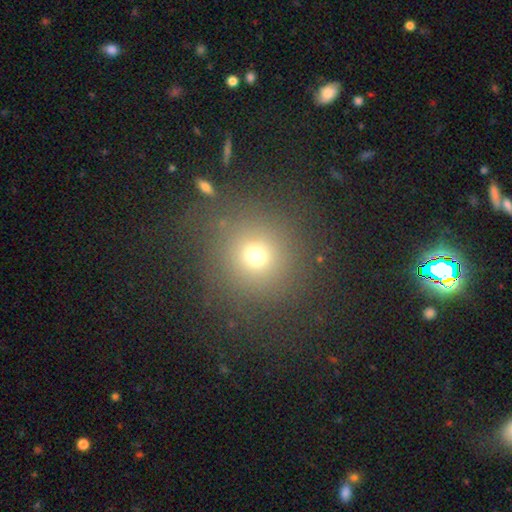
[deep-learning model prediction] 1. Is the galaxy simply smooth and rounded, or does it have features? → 69% smooth, 21% star or artifact, 10% featured or disk.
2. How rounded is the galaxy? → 92% round, 7% in between, 1% cigar-shaped.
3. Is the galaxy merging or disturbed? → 81% none, 10% minor disturbance, 7% major disturbance, 3% merger.